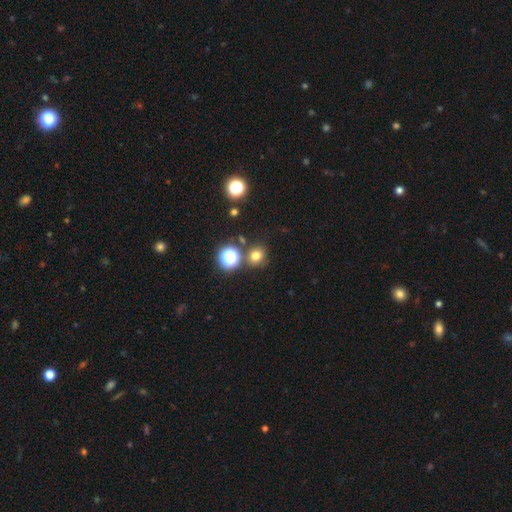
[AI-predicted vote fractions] This is likely a smooth galaxy (71%). How rounded: likely round (80%). Merging: likely none (78%).